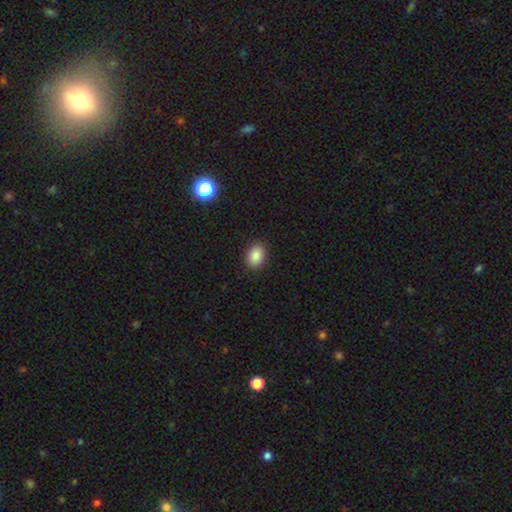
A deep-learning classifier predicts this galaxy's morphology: smooth_or_featured: smooth (p=0.87) [alt: star or artifact p=0.09]
how_rounded: in between (p=0.72) [alt: round p=0.27]
merging: none (p=0.90) [alt: minor disturbance p=0.07]